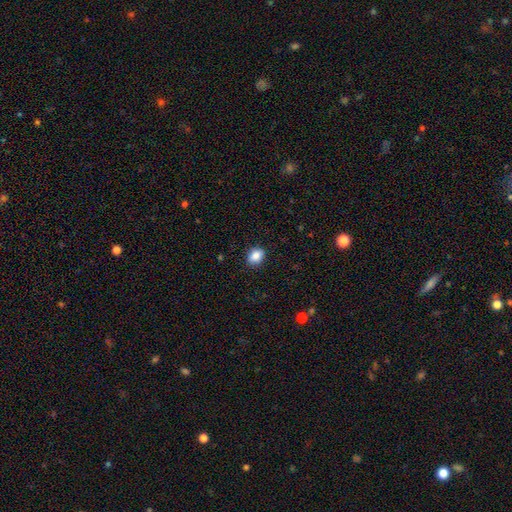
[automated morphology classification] This appears to be a smooth galaxy with no disk features (85%) that is in between round and cigar-shaped (64%). Merging: none (87%).